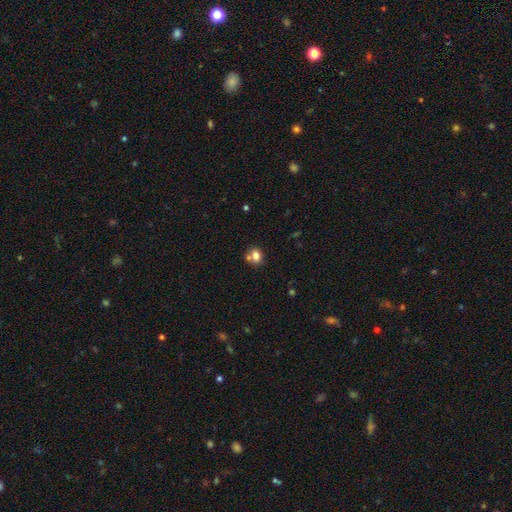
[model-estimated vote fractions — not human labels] This is likely a smooth galaxy (77%). How rounded: possibly round (57%). Merging: possibly none (57%).